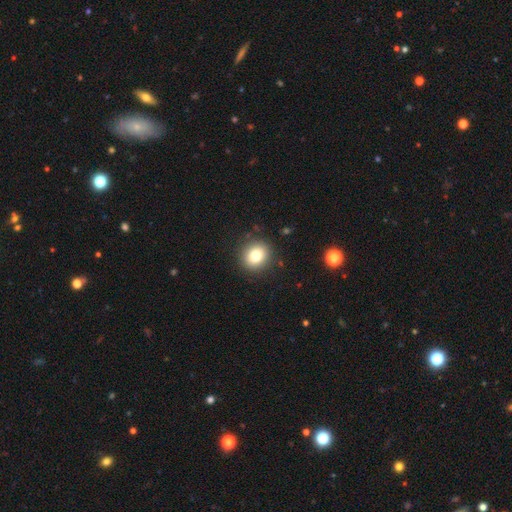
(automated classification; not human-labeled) A smooth galaxy with no disk features (78%) that is round (83%). Merging: none (89%).